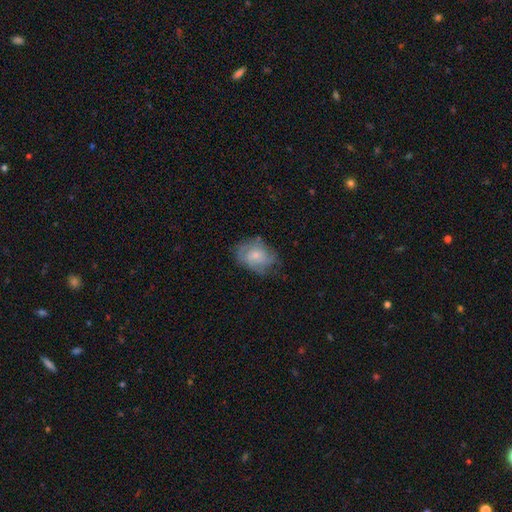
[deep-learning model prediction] This appears to be a featured or disk galaxy (56%) with no bar (78%), spiral arms (81%) and a small central bulge (64%). Merging: none (61%).